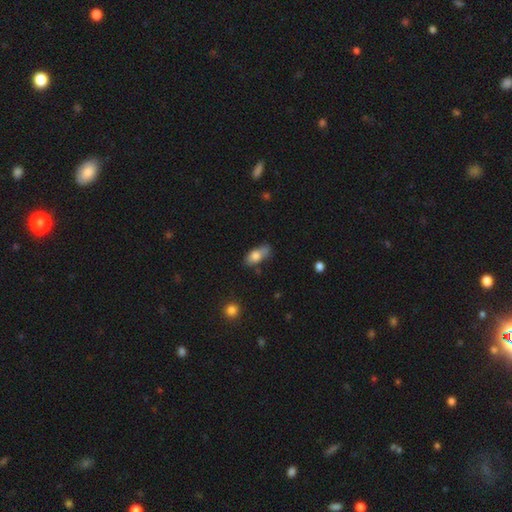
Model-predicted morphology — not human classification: A smooth galaxy with no disk features (75%) that is in between round and cigar-shaped (81%).

Vote fractions:
- Smooth or featured? smooth: 75% / featured or disk: 18% / star or artifact: 7%
- How rounded? in between: 81% / cigar-shaped: 14% / round: 5%
- Merging? none: 55% / minor disturbance: 31% / major disturbance: 8% / merger: 6%